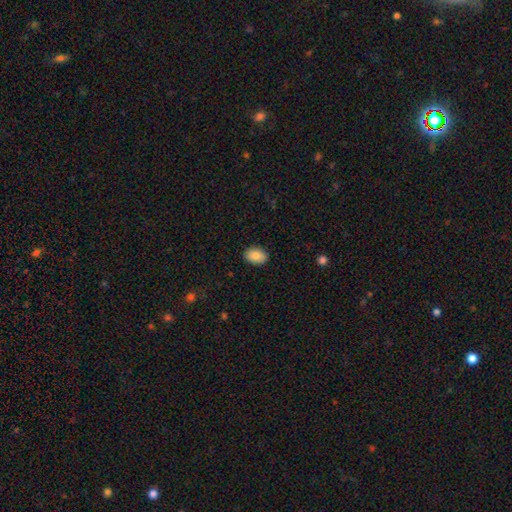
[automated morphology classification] Overall: smooth (89%). How rounded: in between (87%). Merging: none (88%).